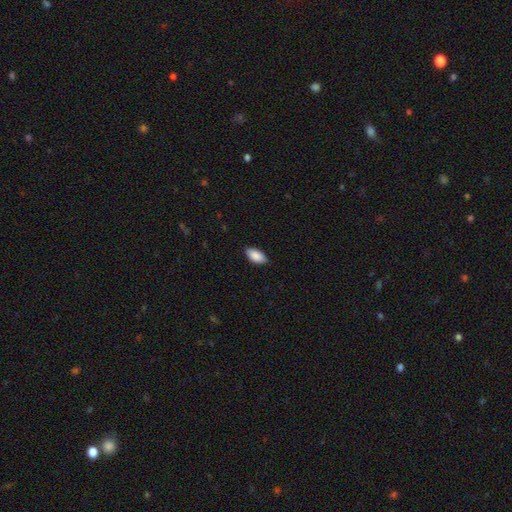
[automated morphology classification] Smooth or featured? Predicted: smooth (p=0.89). How rounded? Predicted: in between (p=0.93). Merging? Predicted: none (p=0.88).